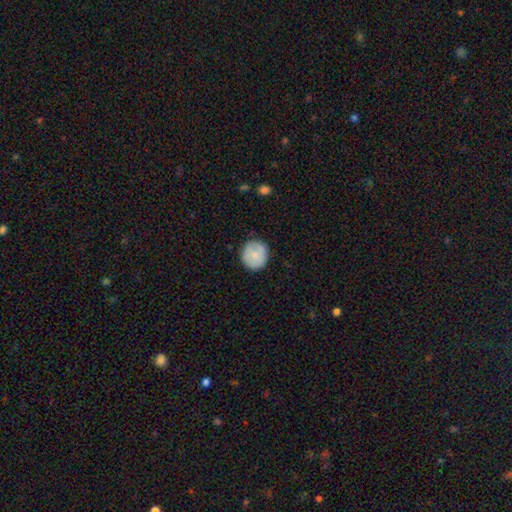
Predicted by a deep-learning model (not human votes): This is likely a smooth galaxy (80%). How rounded: clearly round (91%). Merging: clearly none (85%).